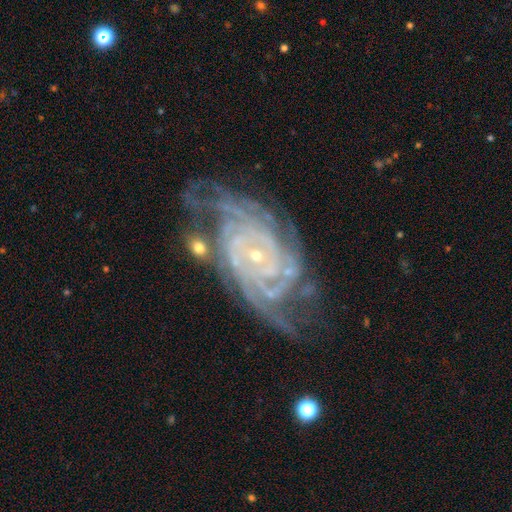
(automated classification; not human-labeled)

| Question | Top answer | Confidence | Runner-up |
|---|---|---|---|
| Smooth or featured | featured or disk | 91% | star or artifact (6%) |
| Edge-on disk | no | 97% | yes (3%) |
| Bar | no | 69% | weak (21%) |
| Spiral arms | yes | 98% | no (2%) |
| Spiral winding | tight | 78% | medium (19%) |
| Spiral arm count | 4 | 28% | 3 (18%) |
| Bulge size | small | 82% | moderate (14%) |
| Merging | none | 59% | minor disturbance (23%) |